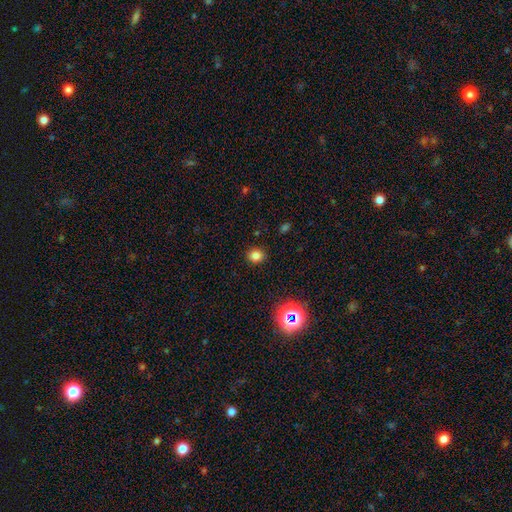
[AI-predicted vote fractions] Smooth or featured? smooth (80%)
How rounded? round (75%)
Merging? none (90%)